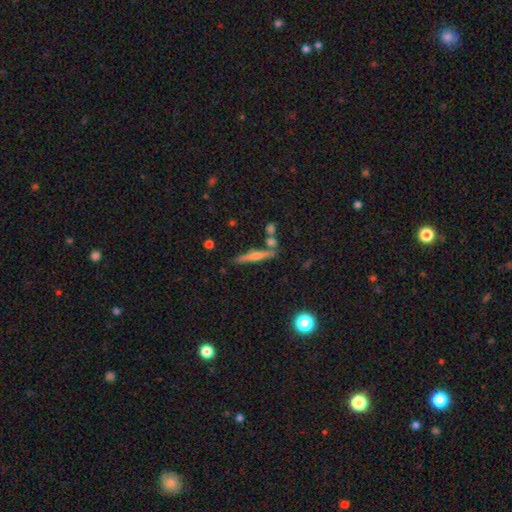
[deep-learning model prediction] A featured or disk galaxy (54%) viewed edge-on (95%) with a rounded central bulge (72%).

Vote fractions:
- Smooth or featured? featured or disk: 54% / smooth: 38% / star or artifact: 8%
- Edge-on disk? yes: 95% / no: 5%
- Edge-on bulge? rounded: 72% / none: 19% / boxy: 8%
- Merging? none: 78% / minor disturbance: 10% / merger: 9% / major disturbance: 3%